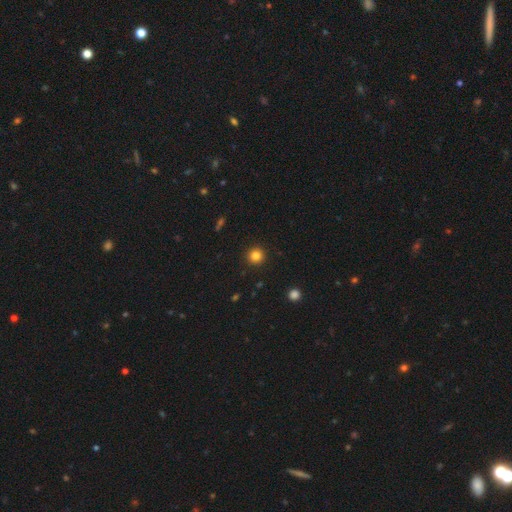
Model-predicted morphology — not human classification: Smooth or featured? Predicted: smooth (p=0.83). How rounded? Predicted: round (p=0.95). Merging? Predicted: none (p=0.92).